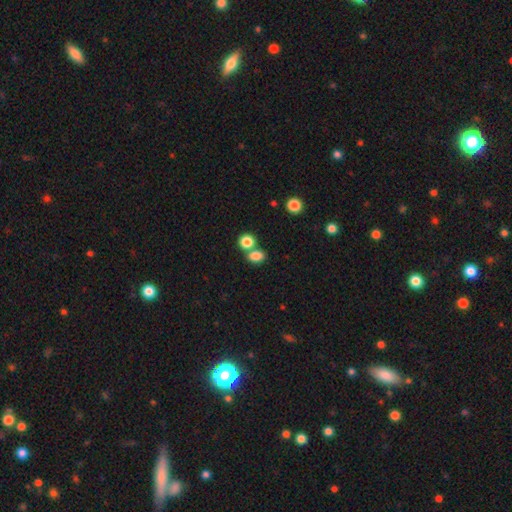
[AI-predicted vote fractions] Smooth or featured: smooth — 83% (star or artifact — 11%)
How rounded: in between — 68% (round — 31%)
Merging: none — 55% (merger — 32%)